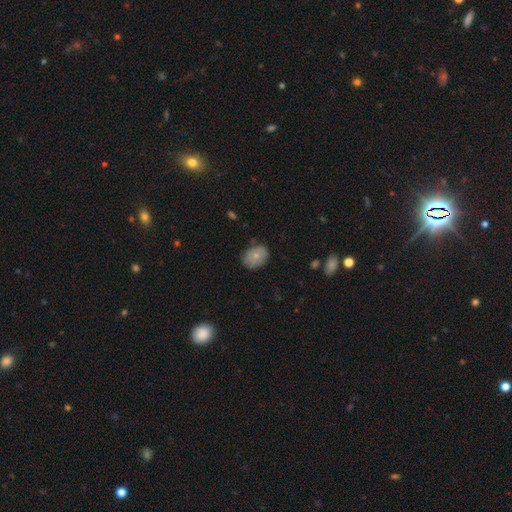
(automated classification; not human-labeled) Smooth or featured? smooth (73%)
How rounded? in between (66%)
Merging? none (75%)